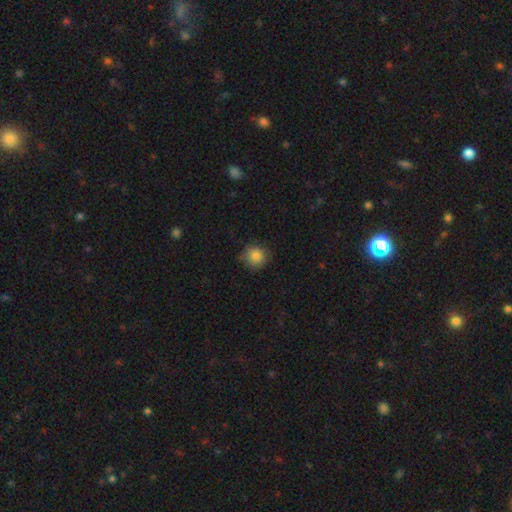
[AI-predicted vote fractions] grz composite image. It shows a smooth galaxy with no disk features (82%) that is round (92%). Merging: none (78%).